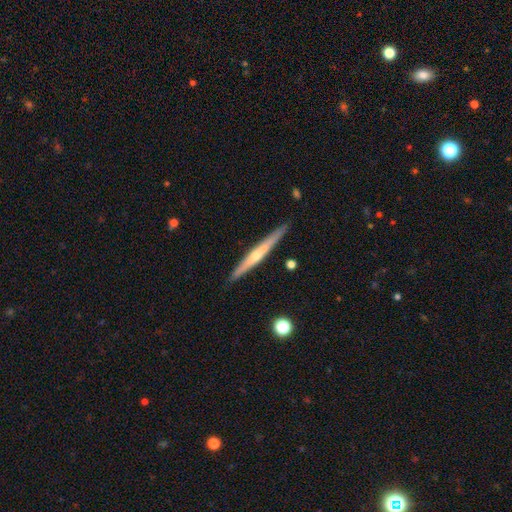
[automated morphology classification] Smooth or featured? featured or disk (65%)
Edge-on disk? yes (97%)
Edge-on bulge? rounded (66%)
Merging? none (87%)